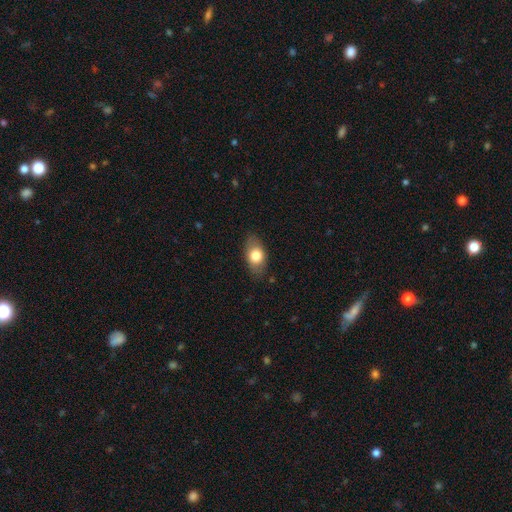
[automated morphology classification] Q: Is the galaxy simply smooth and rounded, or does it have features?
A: smooth — 76%.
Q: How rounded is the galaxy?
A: in between — 85%.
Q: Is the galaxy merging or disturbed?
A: none — 81%.